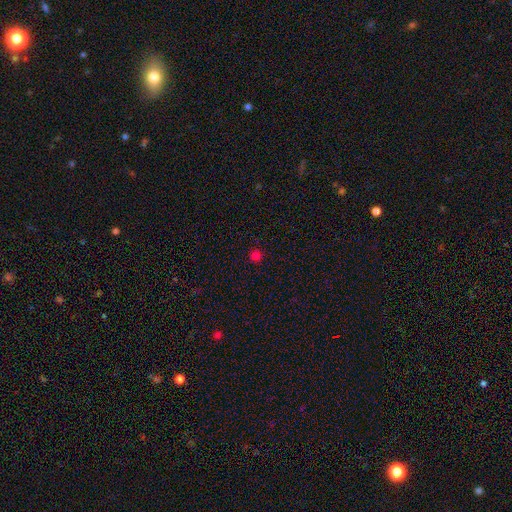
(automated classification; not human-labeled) A smooth galaxy with no disk features (77%) that is round (95%).

Vote fractions:
- Smooth or featured? smooth: 77% / star or artifact: 19% / featured or disk: 4%
- How rounded? round: 95% / in between: 4% / cigar-shaped: 1%
- Merging? none: 92% / minor disturbance: 5% / major disturbance: 2% / merger: 1%